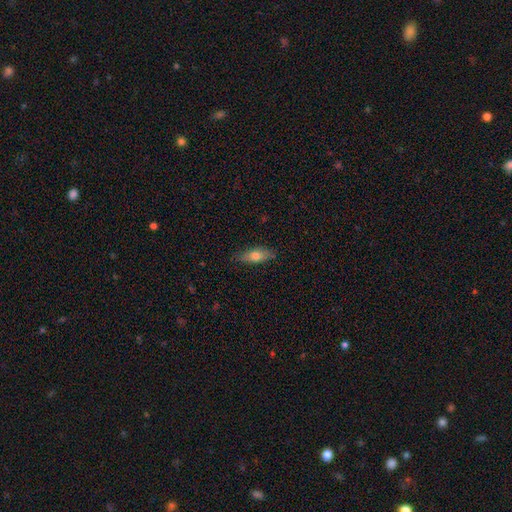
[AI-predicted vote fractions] Smooth or featured: smooth — 68% (featured or disk — 26%)
How rounded: in between — 70% (cigar-shaped — 27%)
Merging: none — 82% (minor disturbance — 14%)